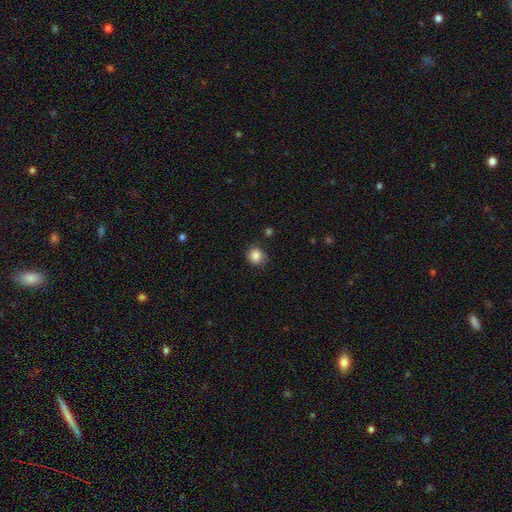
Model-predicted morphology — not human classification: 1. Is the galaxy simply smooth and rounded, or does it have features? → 85% smooth, 9% star or artifact, 5% featured or disk.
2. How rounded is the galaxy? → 84% round, 15% in between, 1% cigar-shaped.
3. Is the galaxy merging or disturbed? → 81% none, 14% minor disturbance, 3% major disturbance, 2% merger.